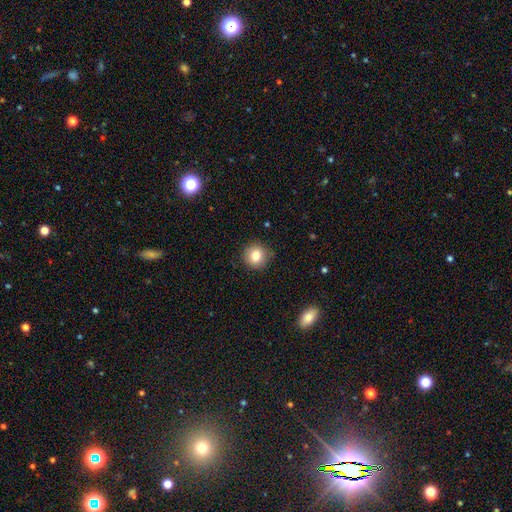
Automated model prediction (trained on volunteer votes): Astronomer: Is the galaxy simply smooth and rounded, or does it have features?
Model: smooth — 82%.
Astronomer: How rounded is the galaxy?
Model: round — 92%.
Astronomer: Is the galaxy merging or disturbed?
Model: none — 89%.